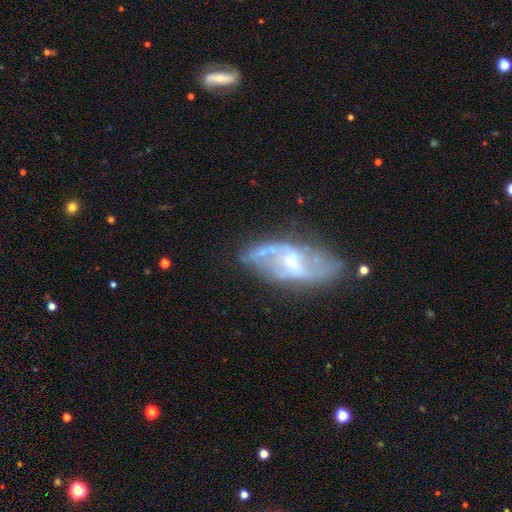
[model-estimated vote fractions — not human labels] smooth-or-featured: featured or disk: 79% | smooth: 14% | star or artifact: 8%
  disk-edge-on: no: 92% | yes: 8%
    bar: weak: 52% | no: 31% | strong: 17%
    has-spiral-arms: yes: 83% | no: 17%
      spiral-winding: loose: 53% | medium: 35% | tight: 12%
      spiral-arm-count: 2: 78% | can't tell: 14% | 1: 3% | 3: 3% | 4: 1% | more than 4: 1%
    bulge-size: small: 56% | moderate: 35% | none: 6% | large: 2% | dominant: 1%
  merging: none: 64% | minor disturbance: 21% | major disturbance: 11% | merger: 5%